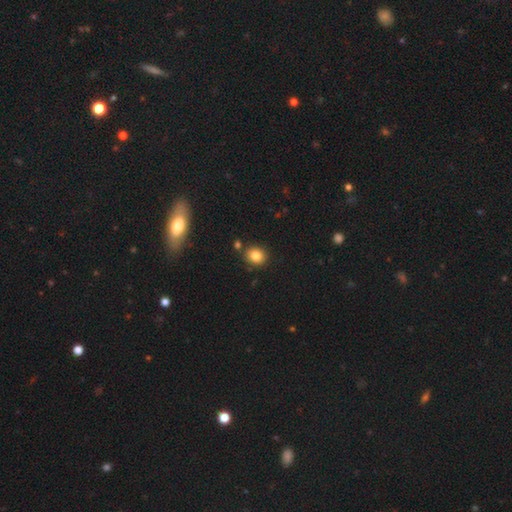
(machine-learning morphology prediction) smooth-or-featured: smooth: 82% | star or artifact: 11% | featured or disk: 7%
  how-rounded: round: 73% | in between: 26% | cigar-shaped: 1%
  merging: none: 83% | minor disturbance: 9% | merger: 6% | major disturbance: 2%